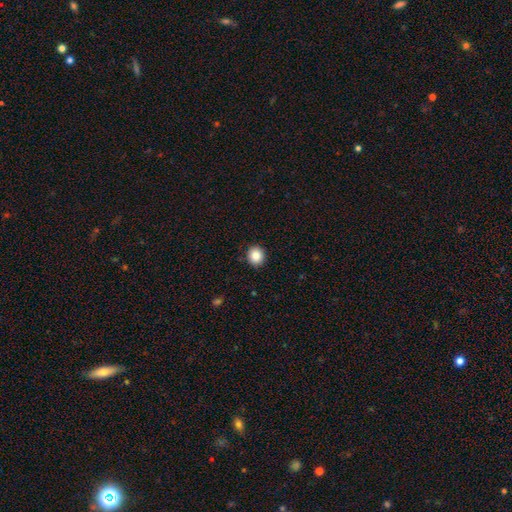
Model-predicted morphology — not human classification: smooth_or_featured: smooth (p=0.87) [alt: star or artifact p=0.09]
how_rounded: round (p=0.79) [alt: in between p=0.20]
merging: none (p=0.91) [alt: minor disturbance p=0.06]